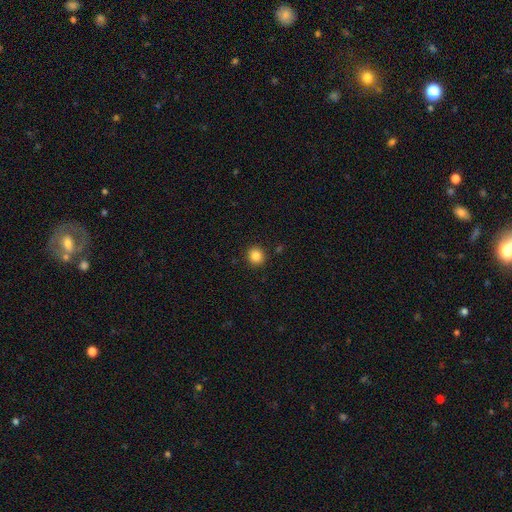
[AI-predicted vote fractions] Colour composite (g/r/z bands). It shows a smooth galaxy with no disk features (85%) that is round (91%). Merging: none (91%).